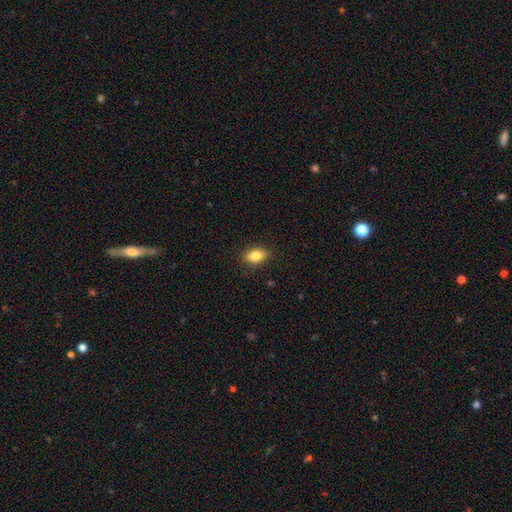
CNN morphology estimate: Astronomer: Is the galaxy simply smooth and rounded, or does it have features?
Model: smooth — 83%.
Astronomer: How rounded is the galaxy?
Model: in between — 86%.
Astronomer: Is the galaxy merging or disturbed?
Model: none — 89%.